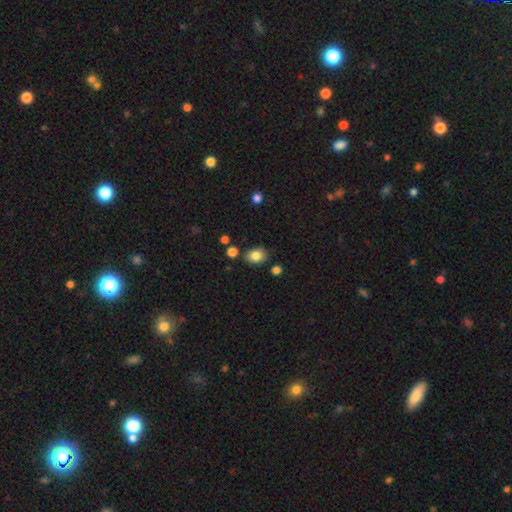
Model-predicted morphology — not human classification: Smooth or featured?
  - smooth: 83% *
  - star or artifact: 10%
  - featured or disk: 7%
How rounded?
  - in between: 64% *
  - round: 35%
  - cigar-shaped: 1%
Merging?
  - none: 80% *
  - minor disturbance: 13%
  - merger: 5%
  - major disturbance: 3%